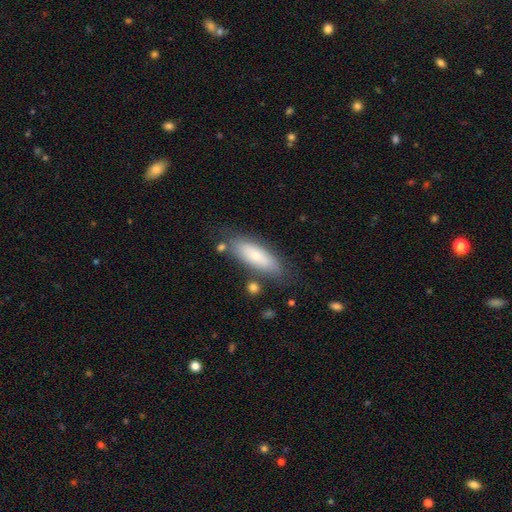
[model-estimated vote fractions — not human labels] This appears to be a smooth galaxy with no disk features (73%) that is in between round and cigar-shaped (57%). Merging: none (74%).